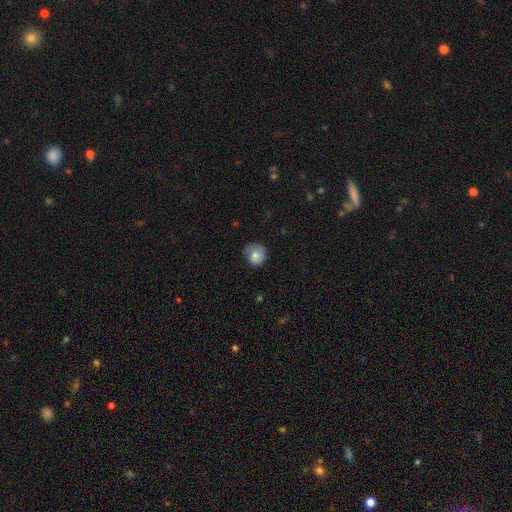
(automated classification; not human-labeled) The model was most divided on "merging": none: 59%, minor disturbance: 30%, major disturbance: 10%, merger: 1%. More confident: how rounded — round (83%); smooth or featured — smooth (79%).